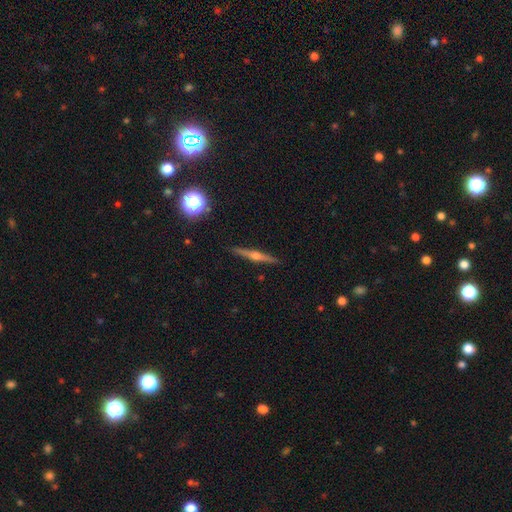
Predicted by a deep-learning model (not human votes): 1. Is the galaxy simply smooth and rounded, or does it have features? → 73% featured or disk, 19% smooth, 8% star or artifact.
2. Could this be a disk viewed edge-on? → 98% yes, 2% no.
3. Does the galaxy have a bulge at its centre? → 90% rounded, 5% none, 5% boxy.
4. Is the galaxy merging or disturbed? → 91% none, 6% minor disturbance, 1% major disturbance, 1% merger.